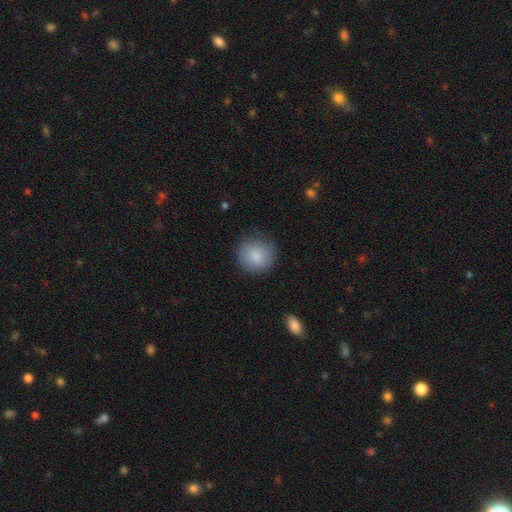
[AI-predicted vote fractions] Overall: smooth (87%). How rounded: round (92%). Merging: none (83%).